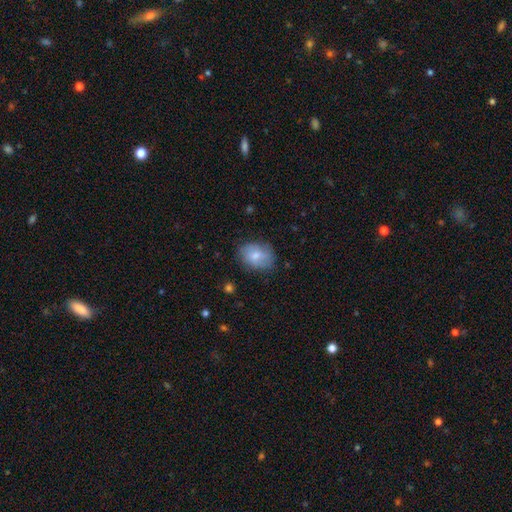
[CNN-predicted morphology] This is likely a smooth galaxy (76%). How rounded: likely in between (65%). Merging: likely none (73%).